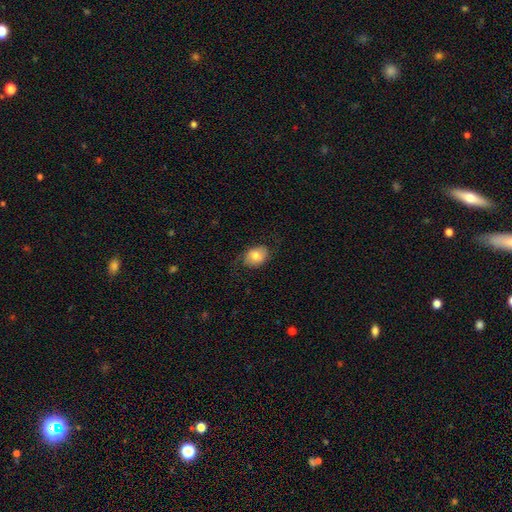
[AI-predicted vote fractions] A smooth galaxy with no disk features (77%) that is in between round and cigar-shaped (68%).

Vote fractions:
- Smooth or featured? smooth: 77% / featured or disk: 16% / star or artifact: 7%
- How rounded? in between: 68% / round: 31% / cigar-shaped: 1%
- Merging? none: 73% / minor disturbance: 19% / major disturbance: 7% / merger: 1%